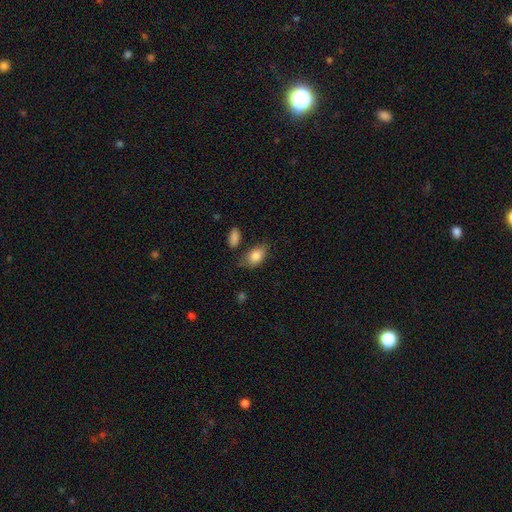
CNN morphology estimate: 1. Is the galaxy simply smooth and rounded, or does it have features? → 84% smooth, 9% featured or disk, 7% star or artifact.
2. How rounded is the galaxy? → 89% in between, 9% round, 2% cigar-shaped.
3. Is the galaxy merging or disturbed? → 63% none, 25% minor disturbance, 7% major disturbance, 6% merger.